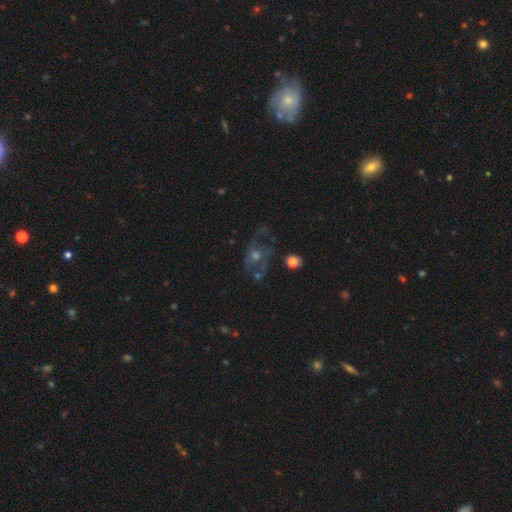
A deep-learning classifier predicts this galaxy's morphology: Smooth or featured: featured or disk — 61% (star or artifact — 20%)
Edge-on disk: no — 94% (yes — 6%)
Bar: no — 76% (weak — 19%)
Spiral arms: yes — 59% (no — 41%)
Bulge size: moderate — 54% (small — 32%)
Merging: none — 50% (major disturbance — 24%)